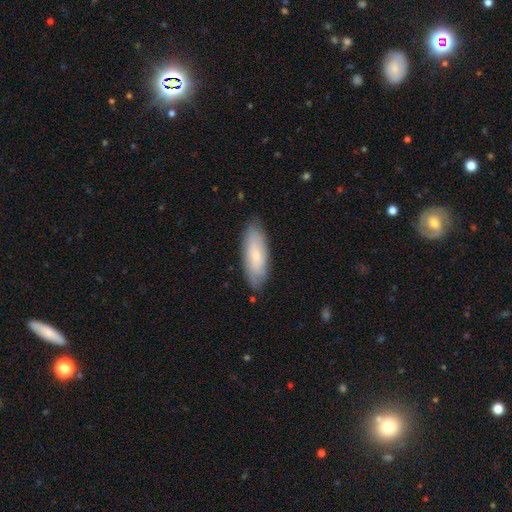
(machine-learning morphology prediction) Smooth or featured? smooth (64%)
How rounded? in between (68%)
Merging? none (83%)